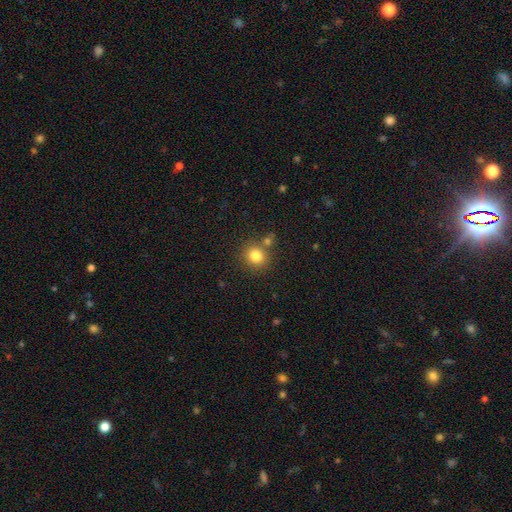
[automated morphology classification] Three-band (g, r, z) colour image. It shows a smooth galaxy with no disk features (82%) that is round (87%). Merging: none (74%).